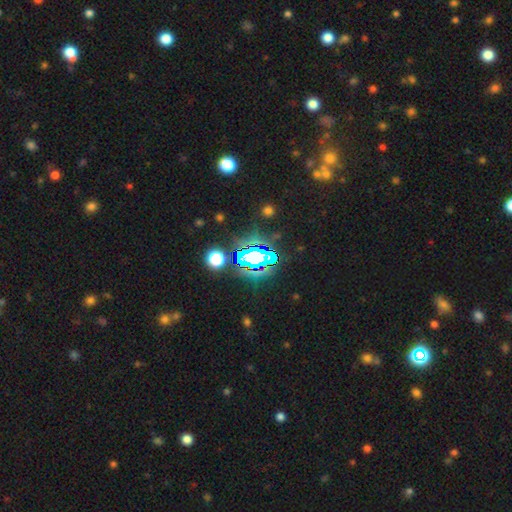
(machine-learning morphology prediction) Smooth or featured? Predicted: star or artifact (p=0.71).